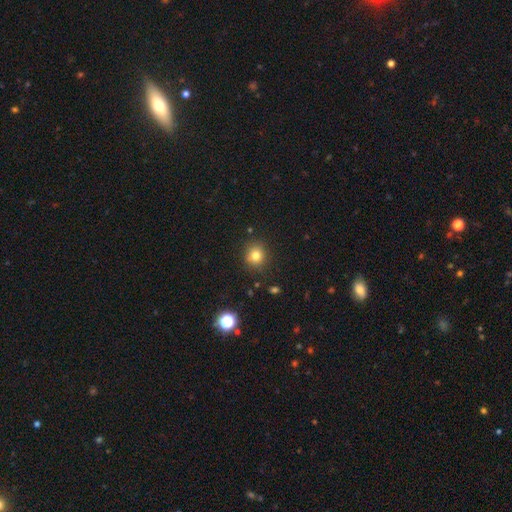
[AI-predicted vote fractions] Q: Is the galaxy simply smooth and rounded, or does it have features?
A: smooth — 79%.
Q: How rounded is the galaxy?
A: round — 87%.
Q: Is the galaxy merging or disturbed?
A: none — 87%.